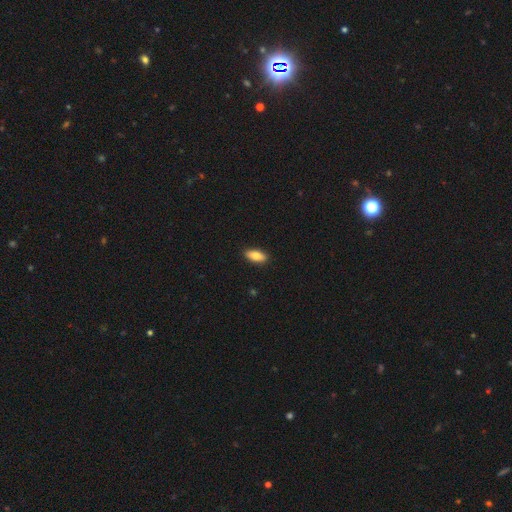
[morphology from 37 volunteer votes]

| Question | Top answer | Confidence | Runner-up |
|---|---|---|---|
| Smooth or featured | smooth | 84% | featured or disk (14%) |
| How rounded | in between | 87% | round (6%) |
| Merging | none | 86% | minor disturbance (14%) |